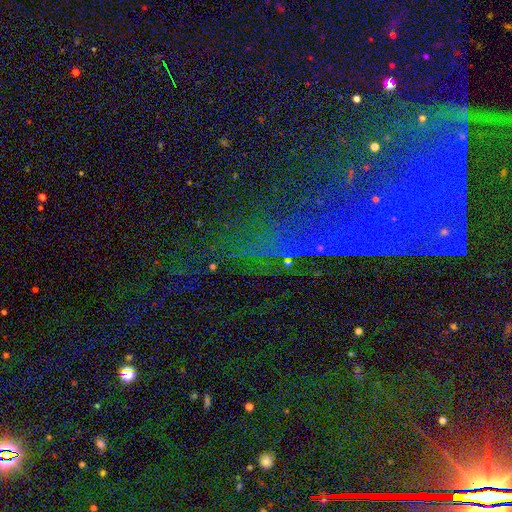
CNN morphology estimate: smooth_or_featured: star or artifact (p=0.74) [alt: featured or disk p=0.14]